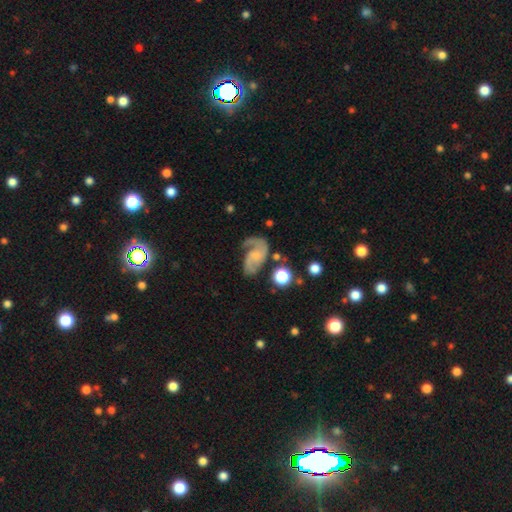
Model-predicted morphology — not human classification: Overall: featured or disk (83%). Edge-on disk: no (97%). Bar: no (62%; weak 31%). Spiral arms: yes (96%). Spiral arm count: 2 (77%). Spiral winding: medium (49%; loose 31%). Bulge size: small (53%; none 24%). Merging: none (55%; minor disturbance 21%).